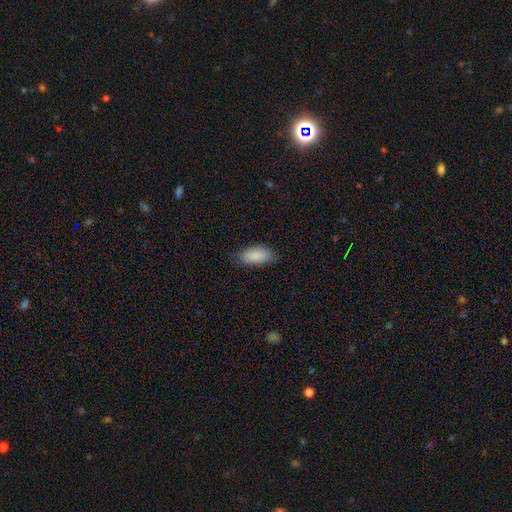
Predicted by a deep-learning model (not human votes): A smooth galaxy with no disk features (89%) that is in between round and cigar-shaped (89%). Merging: none (80%).